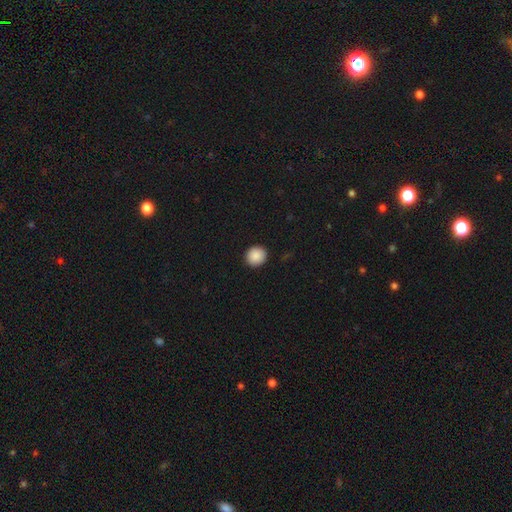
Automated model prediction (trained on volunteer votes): This is clearly a smooth galaxy (89%). How rounded: clearly round (91%). Merging: clearly none (93%).